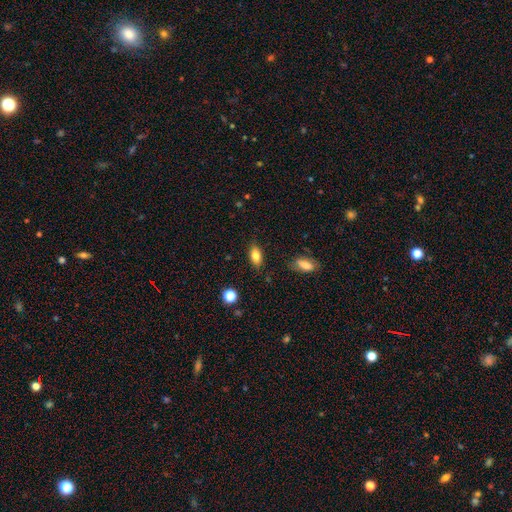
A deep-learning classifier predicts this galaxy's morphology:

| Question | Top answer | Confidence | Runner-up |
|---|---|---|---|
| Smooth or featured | smooth | 80% | featured or disk (11%) |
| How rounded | in between | 86% | cigar-shaped (8%) |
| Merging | none | 83% | minor disturbance (12%) |